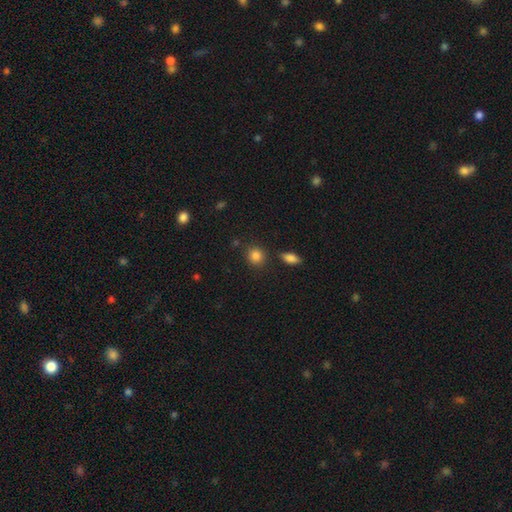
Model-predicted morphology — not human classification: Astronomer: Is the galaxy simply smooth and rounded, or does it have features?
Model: smooth — 85%.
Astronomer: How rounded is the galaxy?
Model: round — 83%.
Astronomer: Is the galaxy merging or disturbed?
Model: none — 83%.